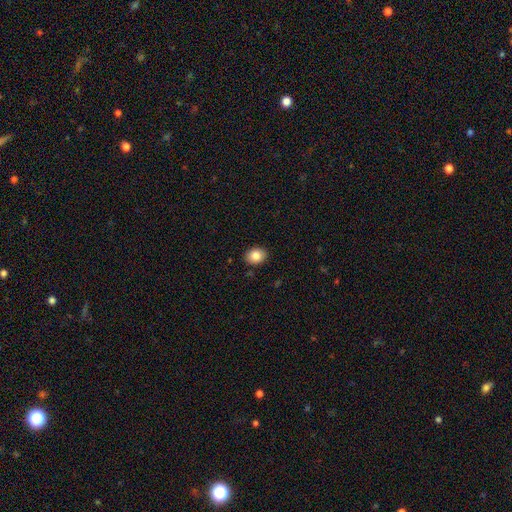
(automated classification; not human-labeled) Smooth or featured? smooth (85%)
How rounded? in between (60%)
Merging? none (90%)